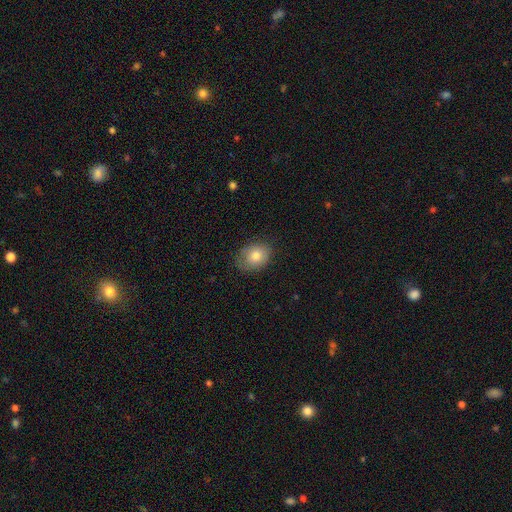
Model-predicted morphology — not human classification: Smooth or featured? smooth (79%)
How rounded? in between (63%)
Merging? none (78%)